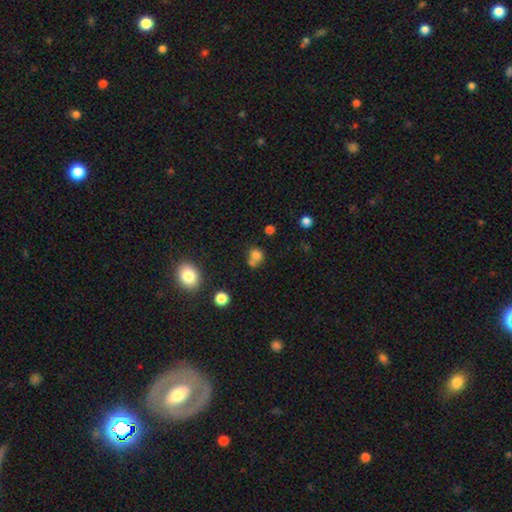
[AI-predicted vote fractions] This appears to be a smooth galaxy with no disk features (76%) that is round (73%). Merging: none (42%).